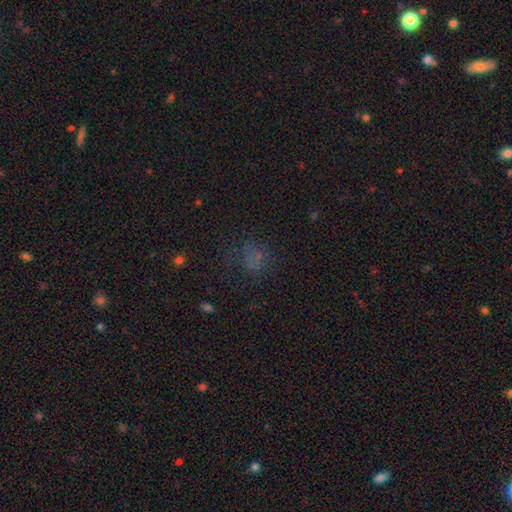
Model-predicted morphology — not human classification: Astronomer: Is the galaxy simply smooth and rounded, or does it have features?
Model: smooth — 50% (runner-up: star or artifact, 36%).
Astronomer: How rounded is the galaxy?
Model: round — 68%.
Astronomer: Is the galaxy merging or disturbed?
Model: none — 65%.